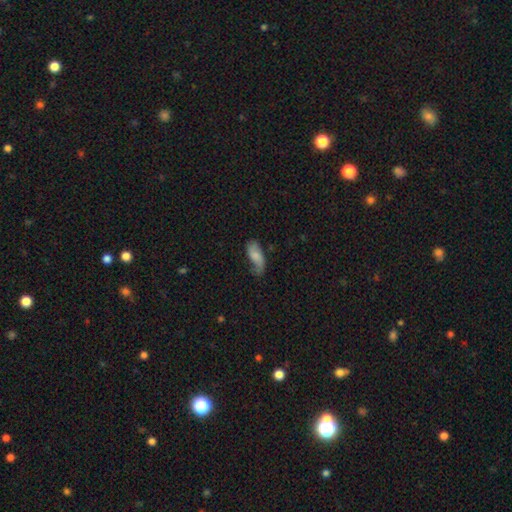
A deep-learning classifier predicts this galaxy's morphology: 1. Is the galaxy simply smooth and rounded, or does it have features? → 61% smooth, 32% featured or disk, 7% star or artifact.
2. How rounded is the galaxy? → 83% in between, 14% cigar-shaped, 3% round.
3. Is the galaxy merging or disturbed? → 50% none, 32% minor disturbance, 15% major disturbance, 3% merger.